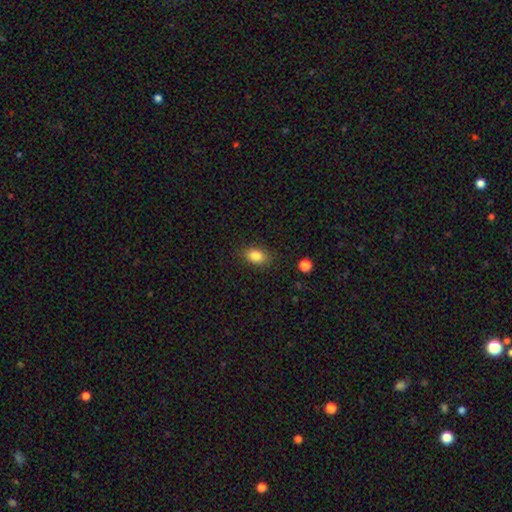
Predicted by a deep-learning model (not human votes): A smooth galaxy with no disk features (85%) that is in between round and cigar-shaped (80%). Merging: none (83%).